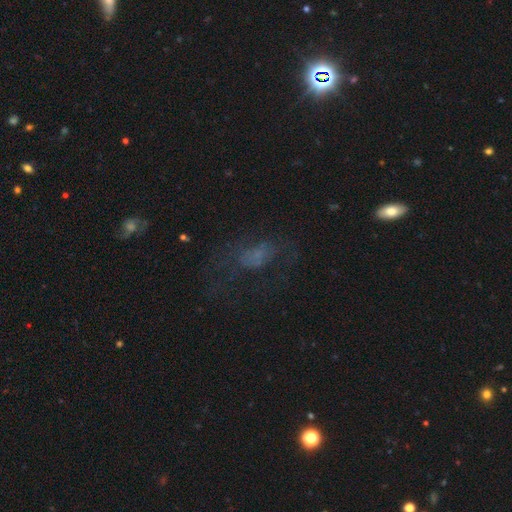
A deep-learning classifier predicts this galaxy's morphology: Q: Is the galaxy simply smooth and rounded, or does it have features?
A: smooth — 41%.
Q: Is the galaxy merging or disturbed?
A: none — 42%.